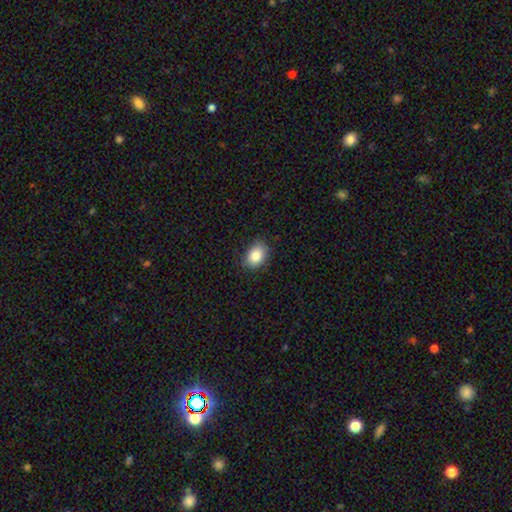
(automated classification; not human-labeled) Smooth or featured? smooth (86%)
How rounded? in between (73%)
Merging? none (81%)